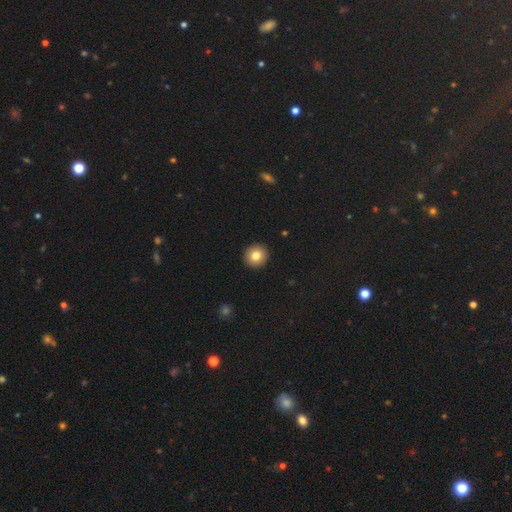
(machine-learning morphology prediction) smooth 81%, star or artifact 10%, featured or disk 9%. Down the decision tree: how rounded — round (92%); merging — none (93%).